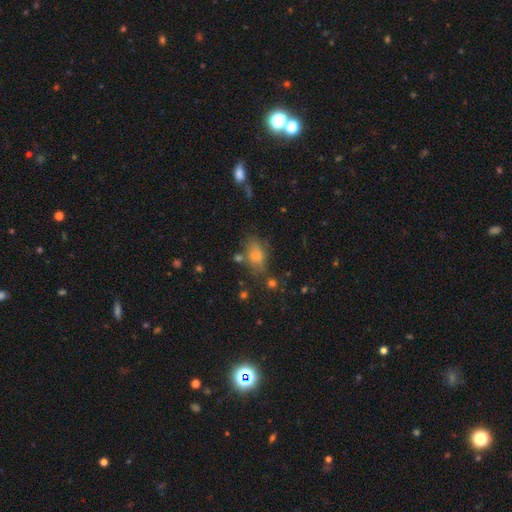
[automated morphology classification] Smooth or featured: smooth — 67% (featured or disk — 18%)
How rounded: in between — 81% (round — 13%)
Merging: none — 62% (minor disturbance — 21%)